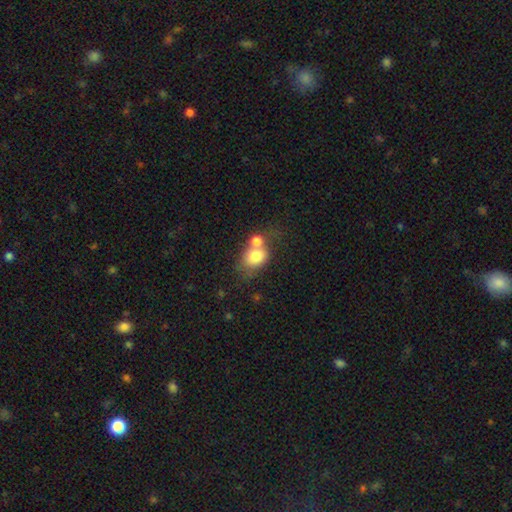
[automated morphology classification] Overall: smooth (76%). How rounded: in between (60%; round 38%). Merging: merger (56%; none 26%).